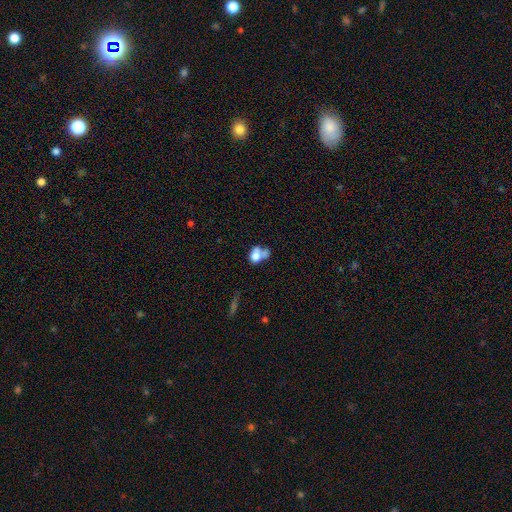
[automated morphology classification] smooth_or_featured: smooth (p=0.67) [alt: featured or disk p=0.22]
how_rounded: in between (p=0.67) [alt: round p=0.31]
merging: merger (p=0.55) [alt: none p=0.22]